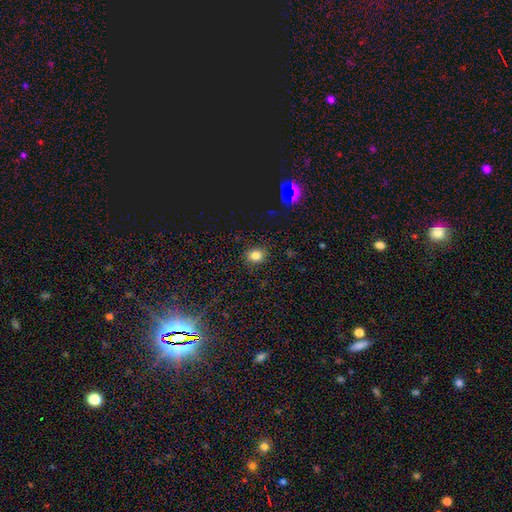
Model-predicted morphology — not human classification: This appears to be a smooth galaxy with no disk features (80%) that is round (67%). Merging: none (87%).